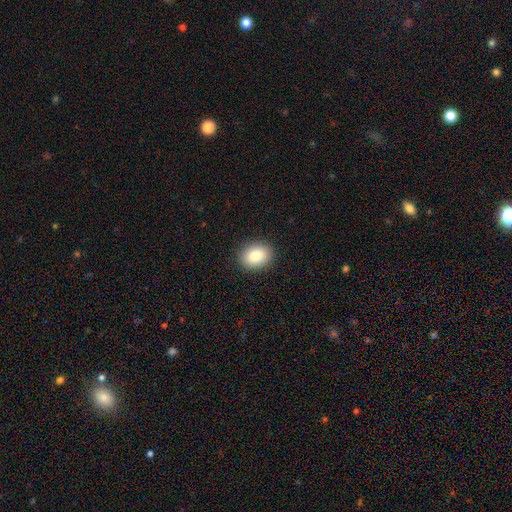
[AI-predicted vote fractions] Q: Smooth or featured?
A: smooth (86%); runner-up: star or artifact (8%)
Q: How rounded?
A: in between (67%); runner-up: round (32%)
Q: Merging?
A: none (90%); runner-up: minor disturbance (7%)